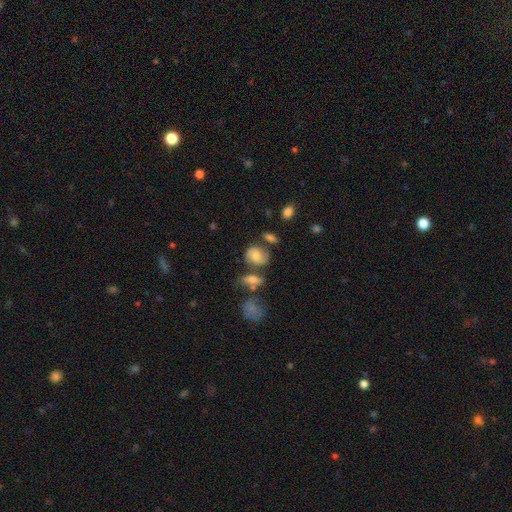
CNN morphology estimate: Smooth or featured? smooth (47%)
Merging? none (56%)